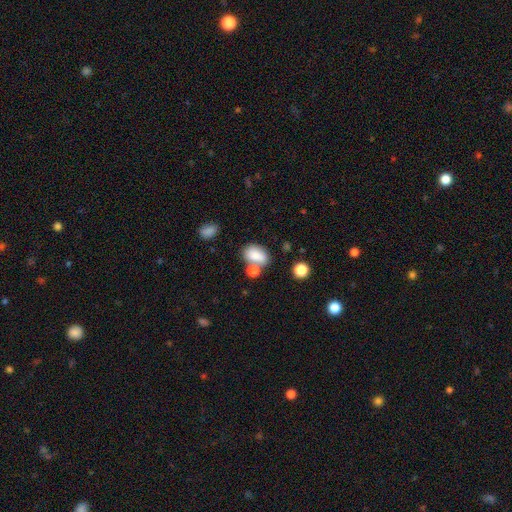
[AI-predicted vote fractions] smooth-or-featured: smooth: 80% | featured or disk: 10% | star or artifact: 10%
  how-rounded: in between: 82% | round: 16% | cigar-shaped: 2%
  merging: none: 45% | merger: 32% | minor disturbance: 16% | major disturbance: 7%